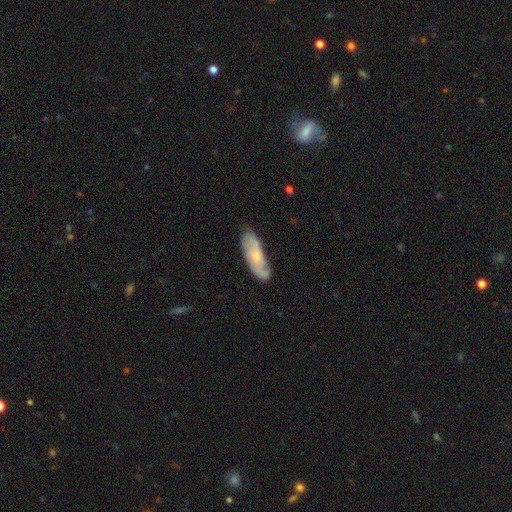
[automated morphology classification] smooth_or_featured: featured or disk (p=0.52) [alt: smooth p=0.42]
disk_edge_on: no (p=0.83) [alt: yes p=0.17]
merging: none (p=0.72) [alt: minor disturbance p=0.21]